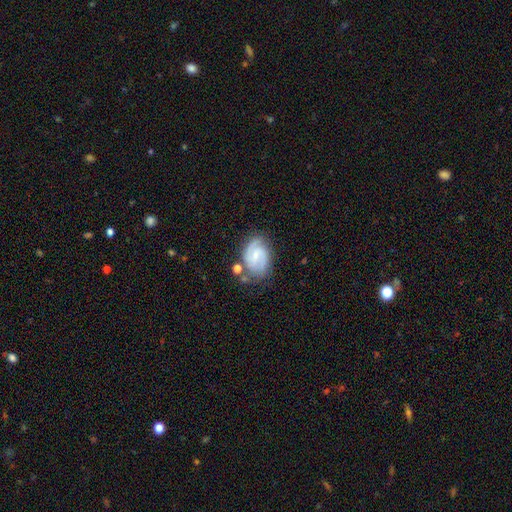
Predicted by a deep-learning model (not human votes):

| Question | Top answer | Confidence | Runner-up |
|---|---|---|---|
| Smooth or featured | featured or disk | 80% | smooth (14%) |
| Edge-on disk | no | 97% | yes (3%) |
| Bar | weak | 54% | no (34%) |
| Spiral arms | yes | 96% | no (4%) |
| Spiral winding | medium | 48% | tight (38%) |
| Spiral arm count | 2 | 78% | 3 (8%) |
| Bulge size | small | 62% | moderate (24%) |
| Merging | none | 67% | minor disturbance (19%) |